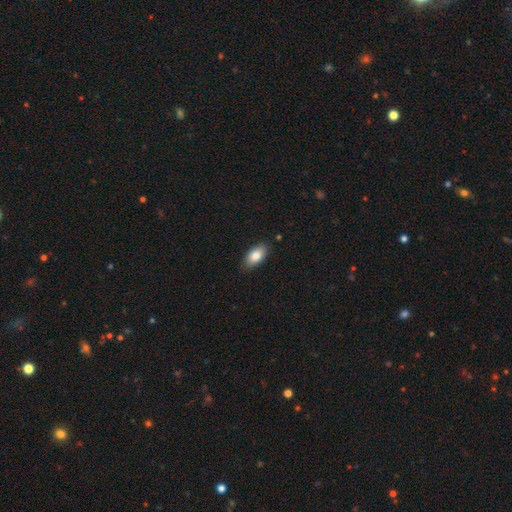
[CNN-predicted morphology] Overall: smooth (82%). How rounded: in between (92%). Merging: none (85%).